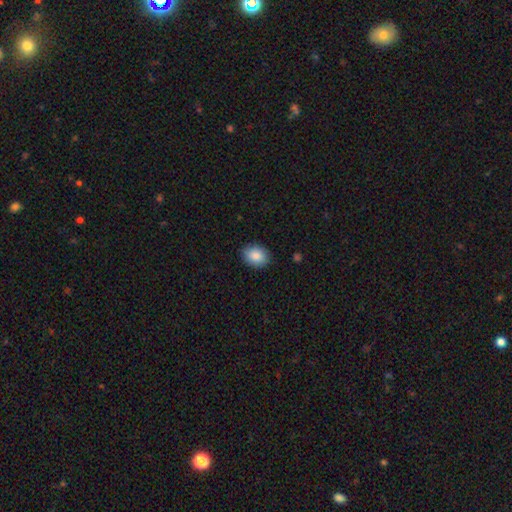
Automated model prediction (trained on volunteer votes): A smooth galaxy with no disk features (87%) that is in between round and cigar-shaped (63%).

Vote fractions:
- Smooth or featured? smooth: 87% / star or artifact: 7% / featured or disk: 5%
- How rounded? in between: 63% / round: 36% / cigar-shaped: 1%
- Merging? none: 86% / minor disturbance: 11% / major disturbance: 2% / merger: 1%